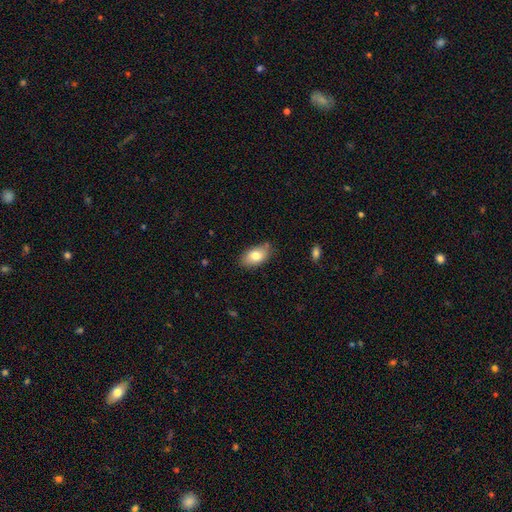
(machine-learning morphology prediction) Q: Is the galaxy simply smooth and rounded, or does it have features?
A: smooth — 79%.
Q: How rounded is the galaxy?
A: in between — 92%.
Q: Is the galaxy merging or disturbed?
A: none — 78%.